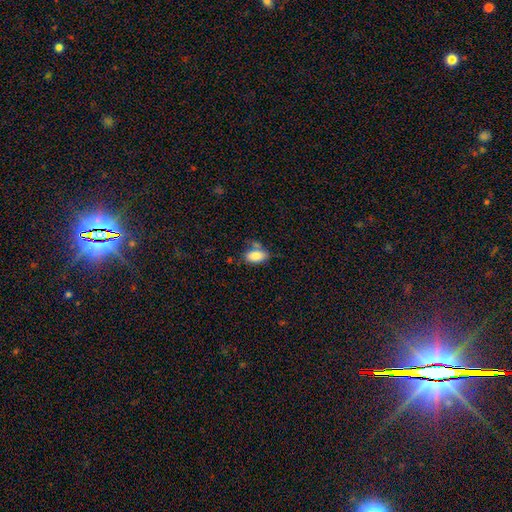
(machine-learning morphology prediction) Overall: smooth (83%). How rounded: in between (92%). Merging: none (52%; minor disturbance 21%).